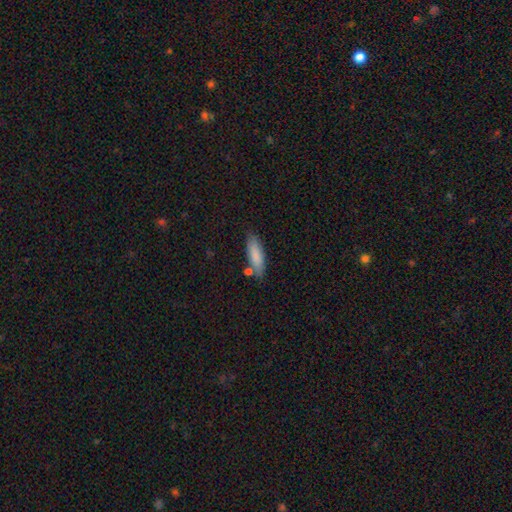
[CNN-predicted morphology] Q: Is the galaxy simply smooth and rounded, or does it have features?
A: smooth — 83%.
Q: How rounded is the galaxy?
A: cigar-shaped — 51%.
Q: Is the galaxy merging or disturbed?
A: none — 73%.